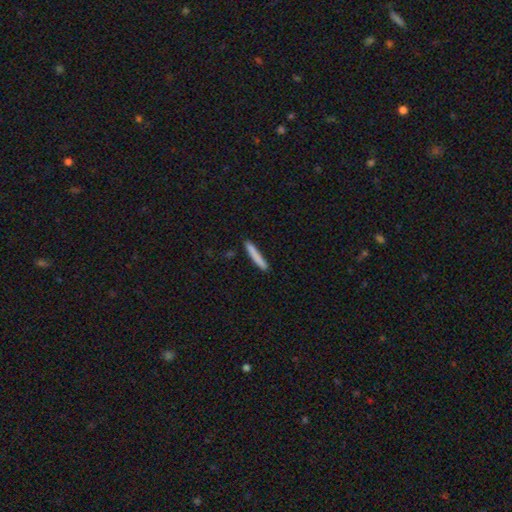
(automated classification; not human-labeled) smooth-or-featured: smooth: 82% | featured or disk: 12% | star or artifact: 6%
  how-rounded: cigar-shaped: 95% | in between: 4% | round: 1%
  merging: none: 88% | minor disturbance: 9% | merger: 2% | major disturbance: 2%